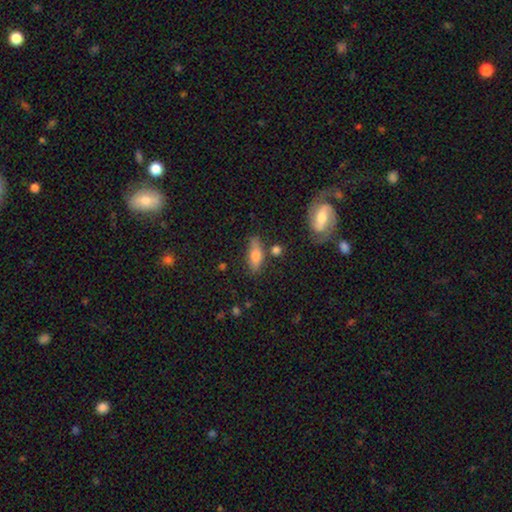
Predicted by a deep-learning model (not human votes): This appears to be a smooth galaxy with no disk features (71%) that is in between round and cigar-shaped (70%). Merging: none (68%).